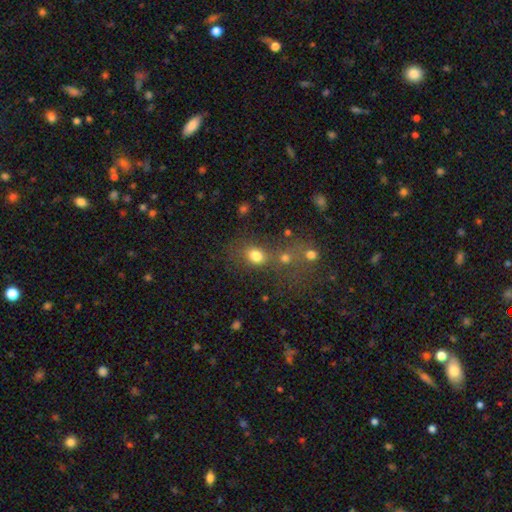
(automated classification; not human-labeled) Morphology: type=smooth (76%); roundness=in between (52%); merging=none (48%).